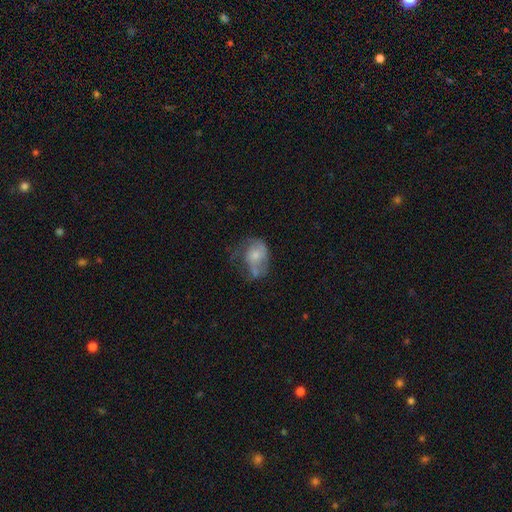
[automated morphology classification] A featured or disk galaxy (46%). Merging: major disturbance (37%).